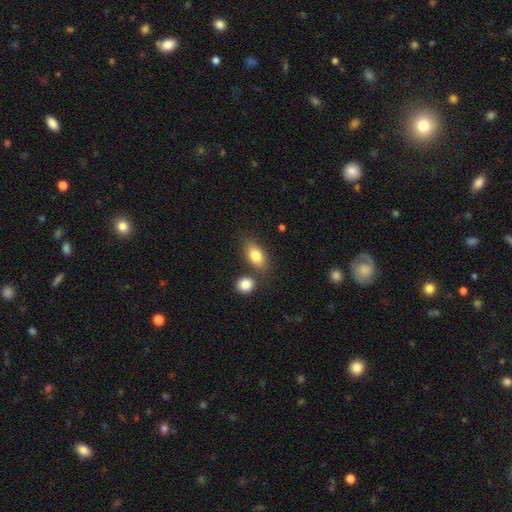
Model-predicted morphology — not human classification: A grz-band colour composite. It shows a smooth galaxy with no disk features (81%) that is in between round and cigar-shaped (85%). Merging: none (66%).